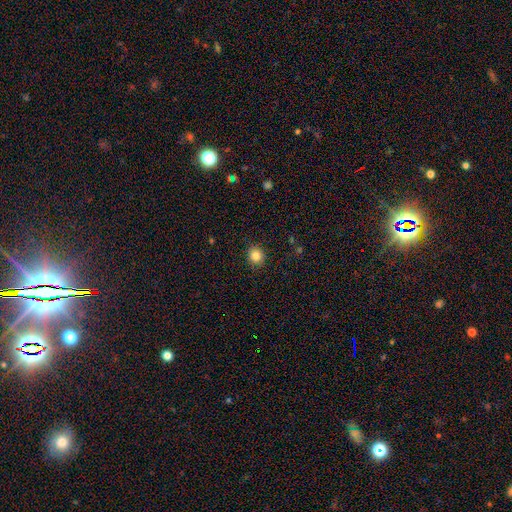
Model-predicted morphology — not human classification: This appears to be a smooth galaxy with no disk features (84%) that is round (74%). Merging: none (88%).